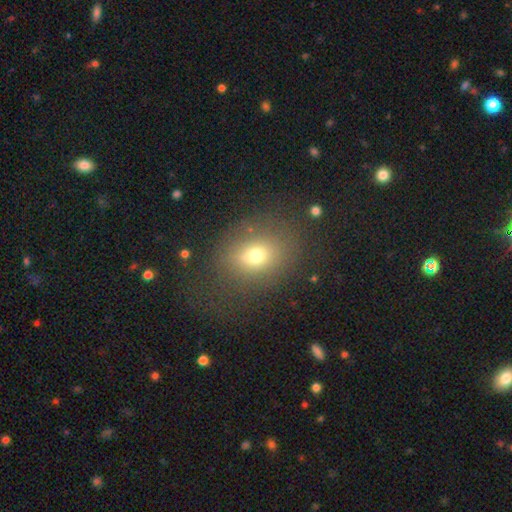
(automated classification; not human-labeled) Overall: smooth (68%). How rounded: in between (56%; round 42%). Merging: none (66%).